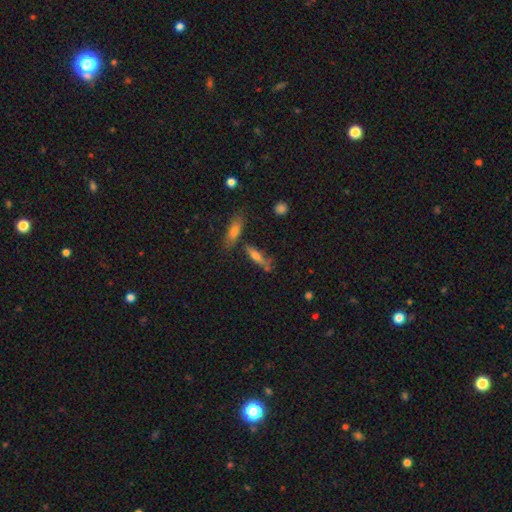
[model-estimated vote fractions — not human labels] This is likely a smooth galaxy (60%). How rounded: likely cigar-shaped (66%). Merging: possibly none (59%).